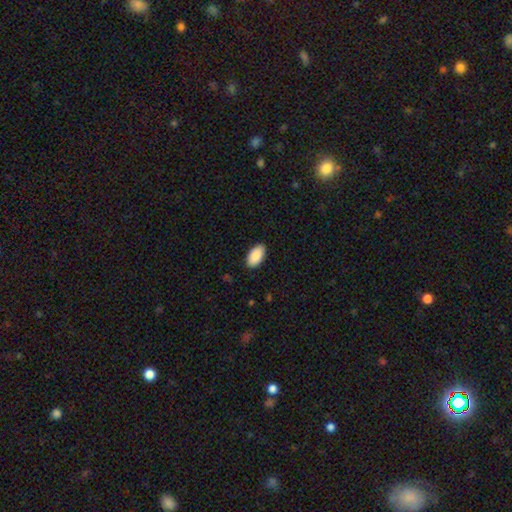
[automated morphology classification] This appears to be a smooth galaxy with no disk features (90%) that is in between round and cigar-shaped (96%). Merging: none (89%).